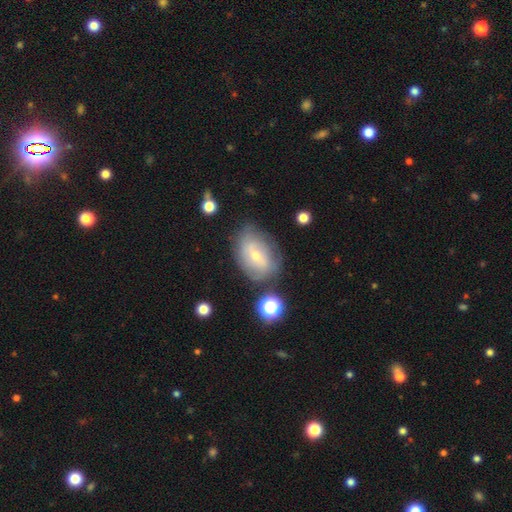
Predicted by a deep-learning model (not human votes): Smooth or featured? Predicted: featured or disk (p=0.53). Edge-on disk? Predicted: no (p=0.93). Merging? Predicted: none (p=0.63).